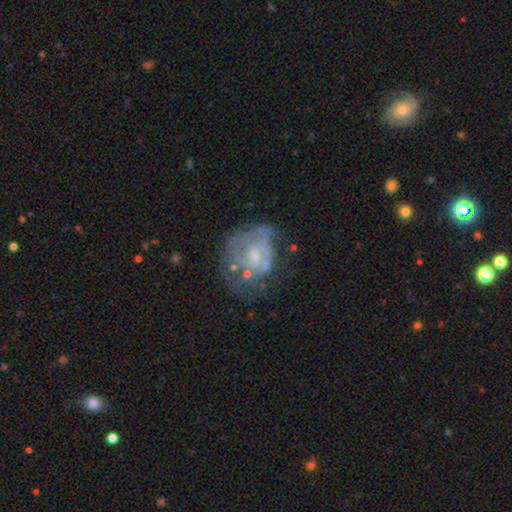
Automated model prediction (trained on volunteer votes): This is likely a featured or disk galaxy (71%). It is clearly not viewed edge-on (98%). Bar: likely no (70%). Spiral arm pattern: likely yes (63%). Central bulge: possibly small (60%). Merging: marginally none (38%).